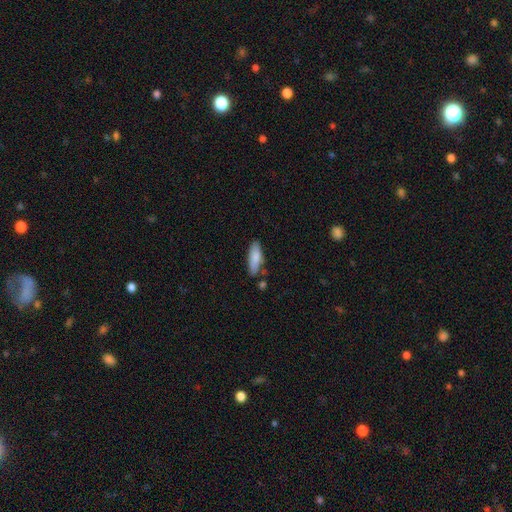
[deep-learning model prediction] Morphology: type=smooth (84%); roundness=in between (58%); merging=none (74%).